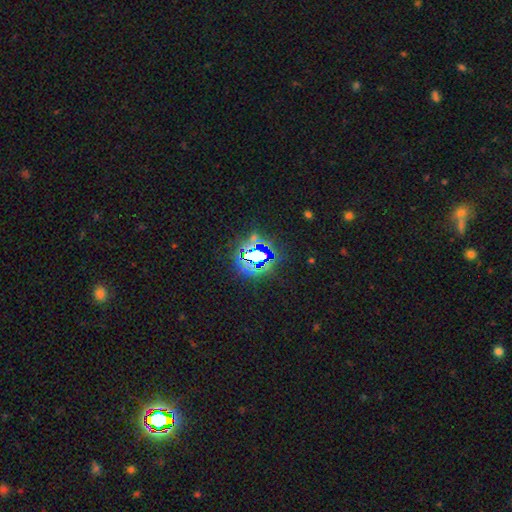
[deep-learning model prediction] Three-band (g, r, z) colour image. It shows a star or artifact, not a galaxy (73%).